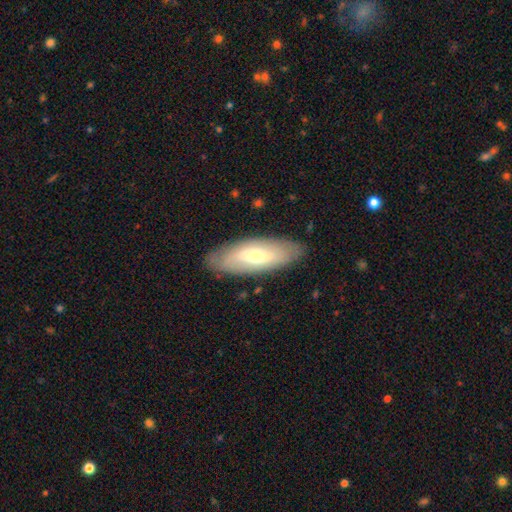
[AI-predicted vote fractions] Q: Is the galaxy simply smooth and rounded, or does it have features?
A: smooth — 49%.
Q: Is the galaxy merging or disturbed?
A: none — 85%.